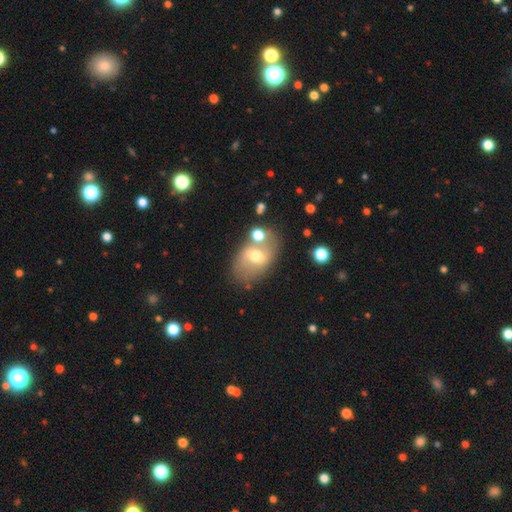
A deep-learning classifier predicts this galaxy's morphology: Smooth or featured?
  - featured or disk: 48% *
  - smooth: 43%
  - star or artifact: 10%
Merging?
  - none: 58% *
  - merger: 17%
  - minor disturbance: 17%
  - major disturbance: 7%